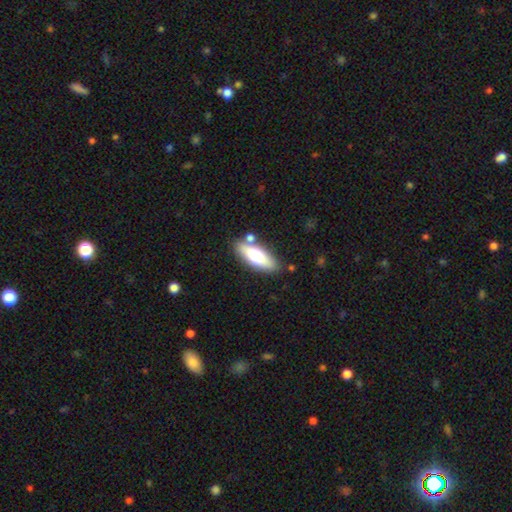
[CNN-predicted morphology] Q: Smooth or featured?
A: smooth (63%); runner-up: featured or disk (31%)
Q: How rounded?
A: in between (61%); runner-up: cigar-shaped (37%)
Q: Merging?
A: none (78%); runner-up: minor disturbance (11%)